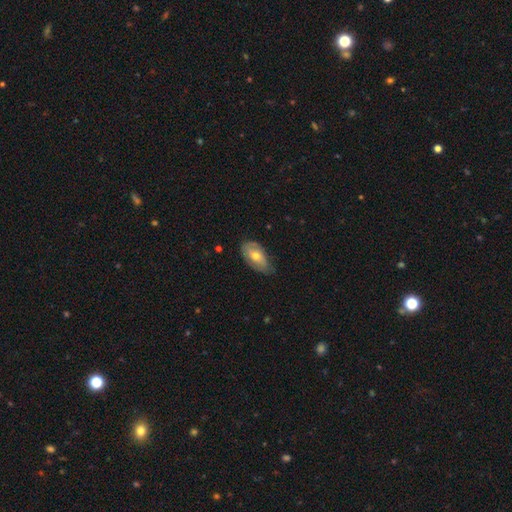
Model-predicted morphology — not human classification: Smooth or featured?
  - smooth: 60% *
  - featured or disk: 34%
  - star or artifact: 6%
How rounded?
  - in between: 91% *
  - round: 5%
  - cigar-shaped: 4%
Merging?
  - none: 57% *
  - minor disturbance: 35%
  - major disturbance: 6%
  - merger: 1%